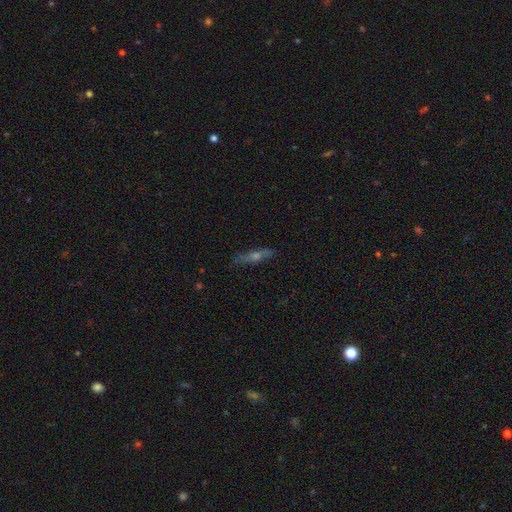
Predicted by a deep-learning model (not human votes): Q: Smooth or featured?
A: featured or disk (61%); runner-up: smooth (28%)
Q: Edge-on disk?
A: yes (88%); runner-up: no (12%)
Q: Edge-on bulge?
A: rounded (88%); runner-up: none (8%)
Q: Merging?
A: none (84%); runner-up: minor disturbance (12%)